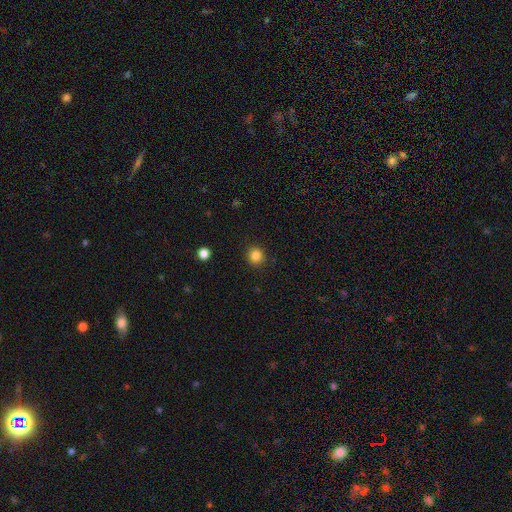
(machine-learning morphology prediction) This appears to be a smooth galaxy with no disk features (84%) that is round (90%). Merging: none (91%).